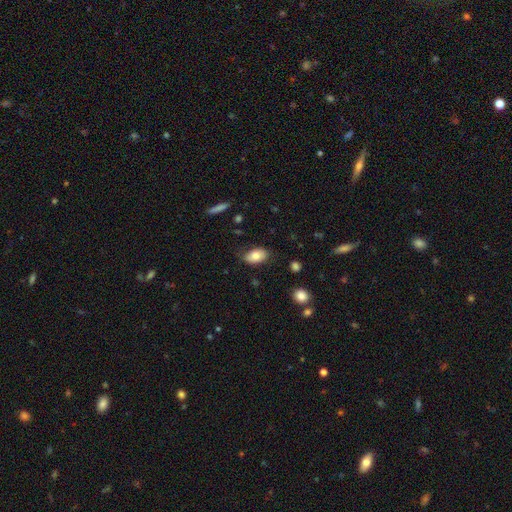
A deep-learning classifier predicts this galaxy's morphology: This appears to be a smooth galaxy with no disk features (78%) that is in between round and cigar-shaped (91%). Merging: none (76%).